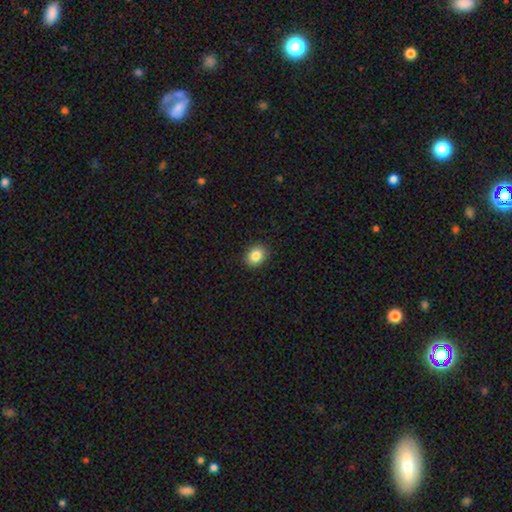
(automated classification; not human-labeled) This is clearly a smooth galaxy (85%). How rounded: possibly in between (52%). Merging: clearly none (91%).